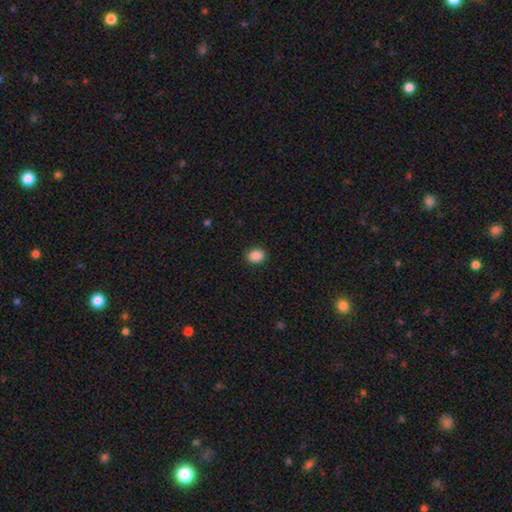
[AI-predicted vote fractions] Smooth or featured? smooth (88%)
How rounded? round (50%)
Merging? none (90%)